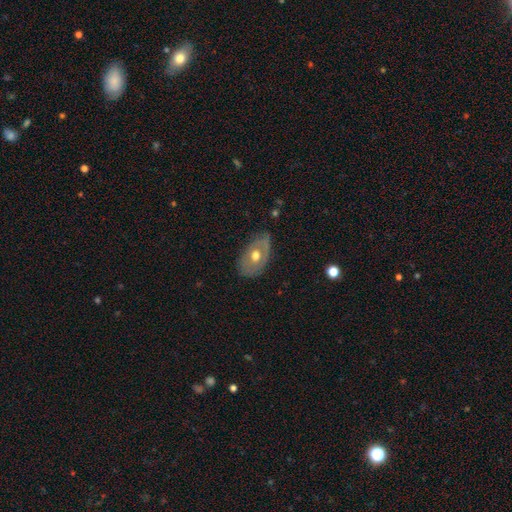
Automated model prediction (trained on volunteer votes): A featured or disk galaxy (49%). Merging: none (64%).